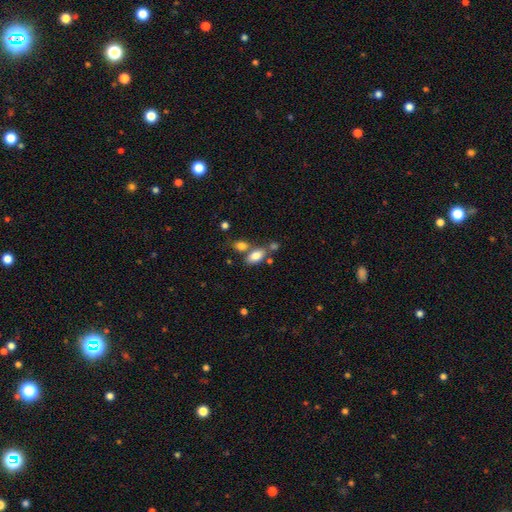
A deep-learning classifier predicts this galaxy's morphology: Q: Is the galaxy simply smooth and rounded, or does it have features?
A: smooth — 82%.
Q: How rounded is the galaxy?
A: in between — 90%.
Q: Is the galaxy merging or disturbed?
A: none — 53%.